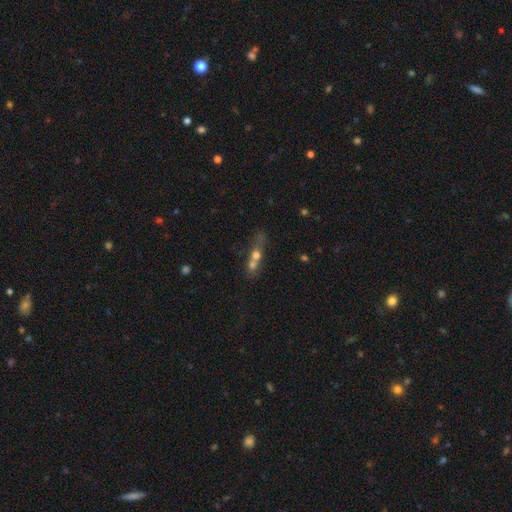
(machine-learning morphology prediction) A smooth galaxy with no disk features (55%) that is round (46%).

Vote fractions:
- Smooth or featured? smooth: 55% / featured or disk: 31% / star or artifact: 14%
- How rounded? round: 46% / in between: 33% / cigar-shaped: 21%
- Merging? merger: 69% / none: 19% / minor disturbance: 6% / major disturbance: 5%